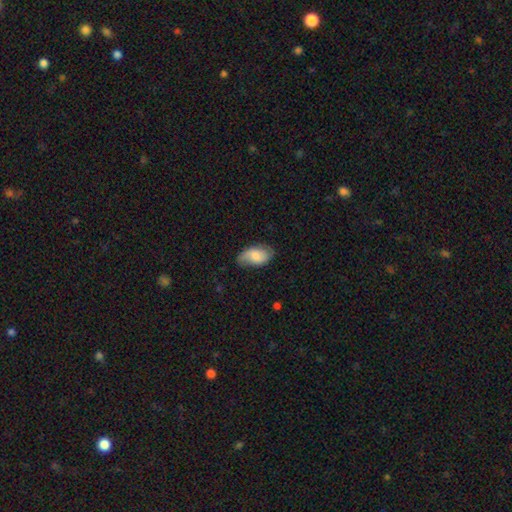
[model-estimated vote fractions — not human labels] smooth 71%, featured or disk 22%, star or artifact 7%. Down the decision tree: how rounded — in between (94%); merging — none (67%).